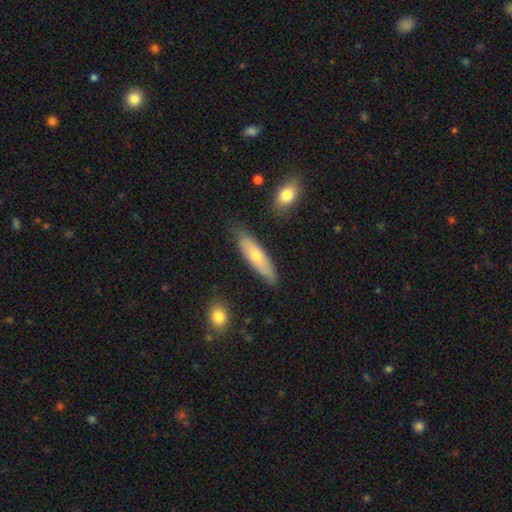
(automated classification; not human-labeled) Smooth or featured? Predicted: smooth (p=0.60). How rounded? Predicted: cigar-shaped (p=0.63). Merging? Predicted: none (p=0.77).